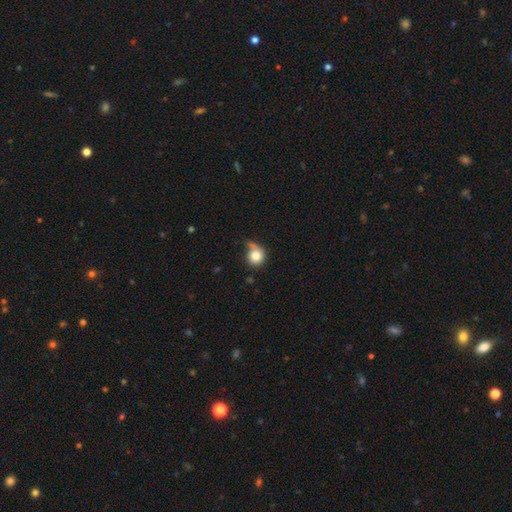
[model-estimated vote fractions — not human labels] Q: Smooth or featured?
A: smooth (81%); runner-up: featured or disk (10%)
Q: How rounded?
A: round (85%); runner-up: in between (14%)
Q: Merging?
A: none (46%); runner-up: minor disturbance (26%)